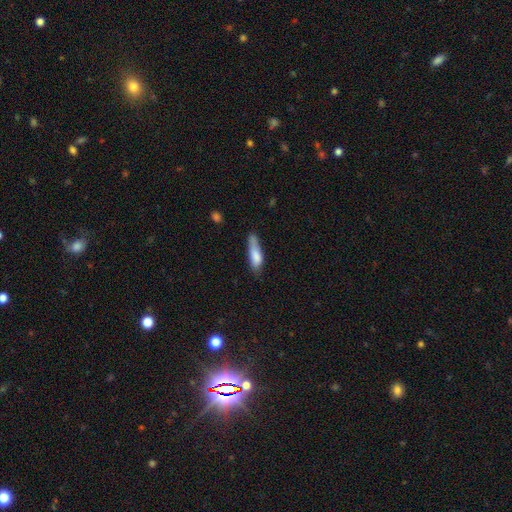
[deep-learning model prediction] Overall: smooth (78%). How rounded: cigar-shaped (58%; in between 40%). Merging: none (47%; minor disturbance 36%).